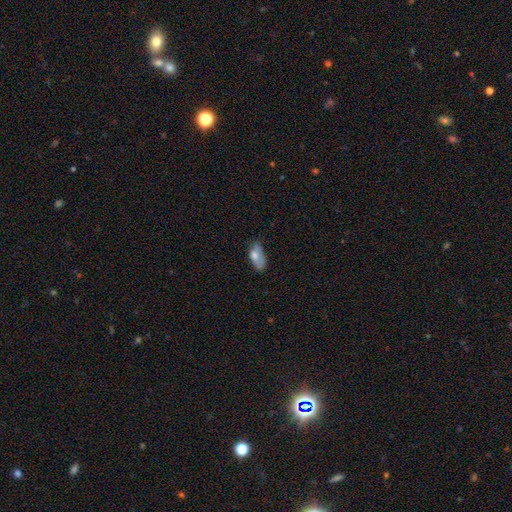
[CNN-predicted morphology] The model was most divided on "merging": minor disturbance: 39%, none: 37%, major disturbance: 20%, merger: 4%. More confident: how rounded — in between (89%); smooth or featured — smooth (70%).